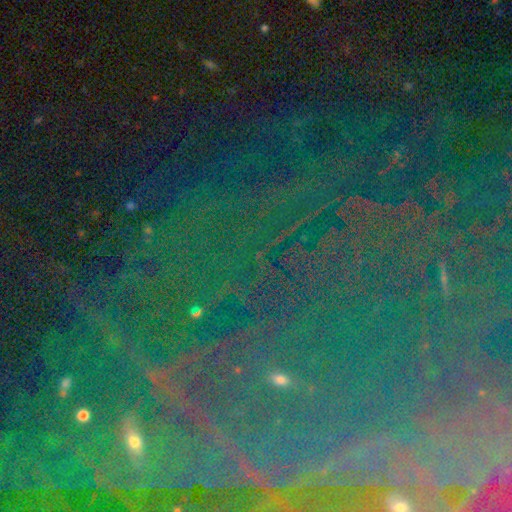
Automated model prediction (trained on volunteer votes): A star or artifact, not a galaxy (82%).

Vote fractions:
- Smooth or featured? star or artifact: 82% / featured or disk: 10% / smooth: 8%